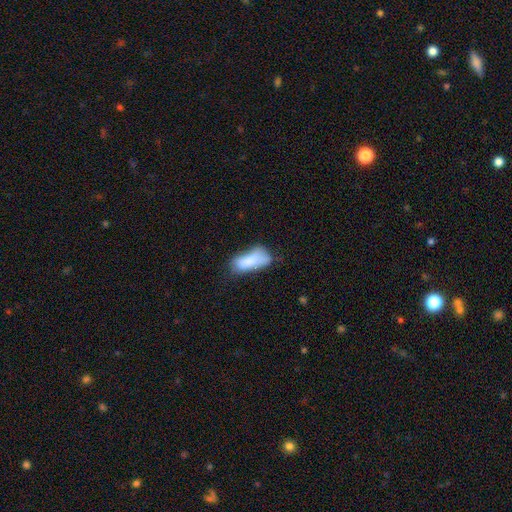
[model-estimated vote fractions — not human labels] Overall: smooth (78%). How rounded: in between (84%). Merging: none (37%; minor disturbance 33%).